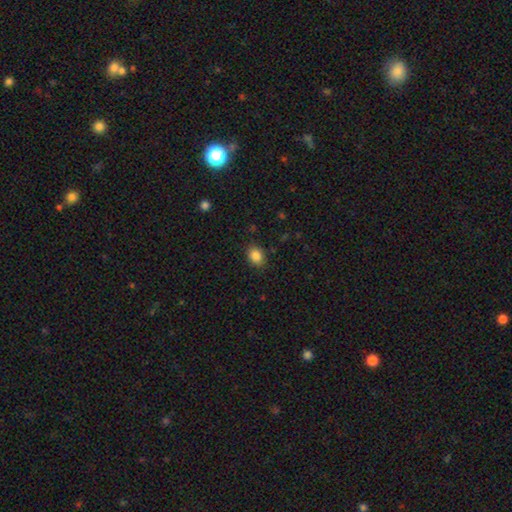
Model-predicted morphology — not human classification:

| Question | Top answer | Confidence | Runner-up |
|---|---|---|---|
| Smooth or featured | smooth | 86% | star or artifact (9%) |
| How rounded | in between | 63% | round (36%) |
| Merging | none | 86% | minor disturbance (10%) |